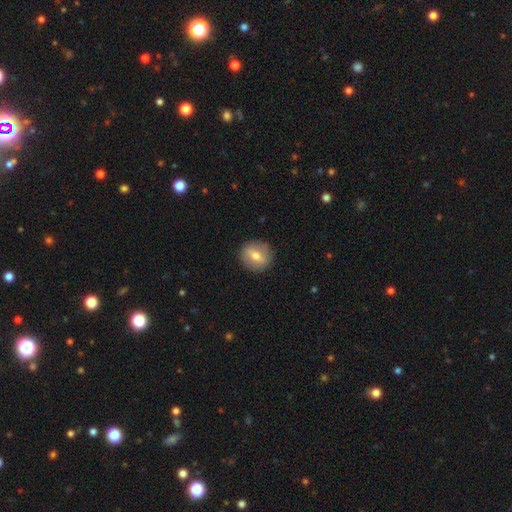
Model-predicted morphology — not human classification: type=smooth (57%); roundness=round (80%); merging=none (88%).